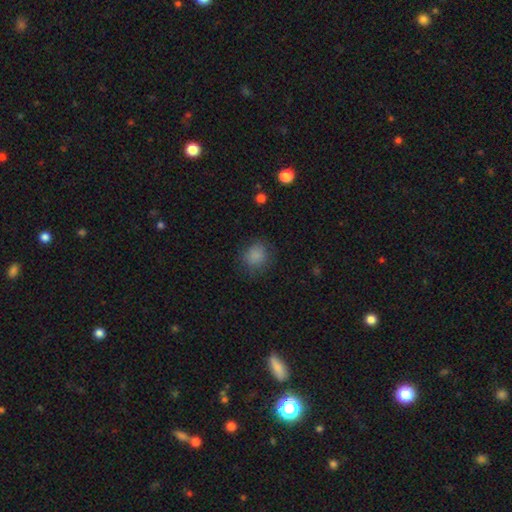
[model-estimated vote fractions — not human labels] This is clearly a smooth galaxy (84%). How rounded: likely round (78%). Merging: likely none (79%).